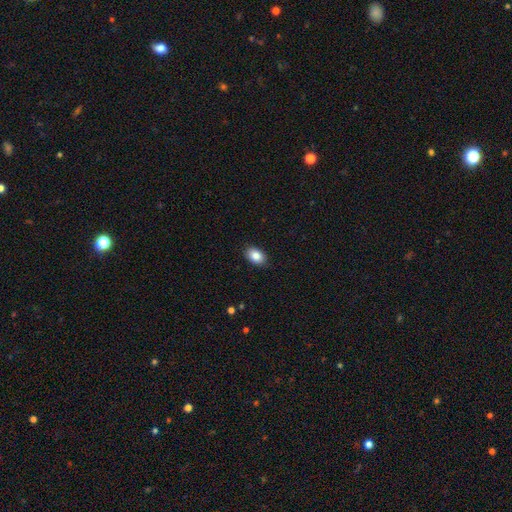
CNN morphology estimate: The model was most divided on "how rounded": in between: 87%, round: 12%, cigar-shaped: 1%. More confident: merging — none (89%); smooth or featured — smooth (86%).